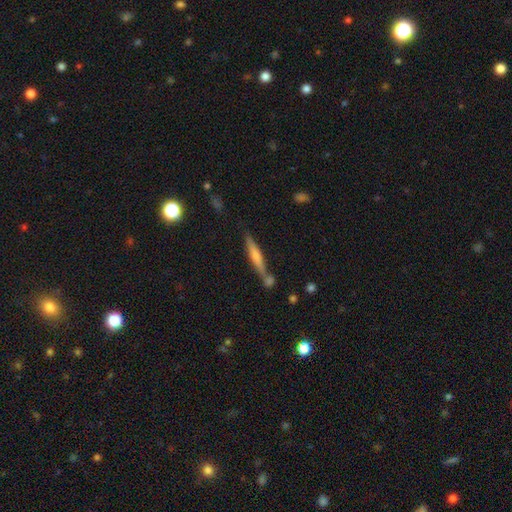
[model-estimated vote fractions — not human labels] This is possibly a featured or disk galaxy (50%). It is clearly viewed edge-on (95%). Merging: likely none (71%).